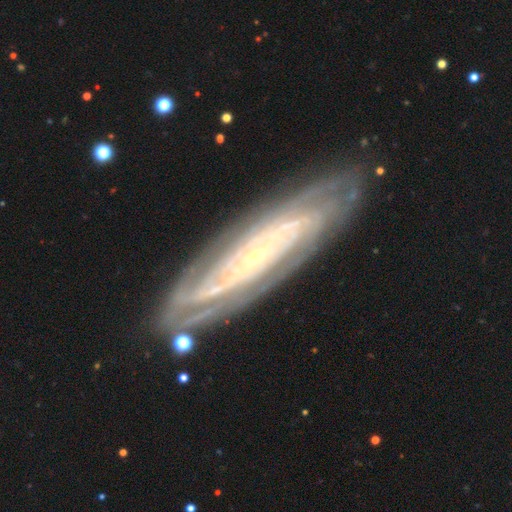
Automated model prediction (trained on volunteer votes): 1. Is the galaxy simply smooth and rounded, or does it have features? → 85% featured or disk, 9% smooth, 7% star or artifact.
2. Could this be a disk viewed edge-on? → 78% no, 22% yes.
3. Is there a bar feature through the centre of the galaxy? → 69% no, 21% weak, 10% strong.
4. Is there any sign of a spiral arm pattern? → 95% yes, 5% no.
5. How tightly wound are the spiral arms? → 76% tight, 19% medium, 5% loose.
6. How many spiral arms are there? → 43% can't tell, 16% 2, 12% 4, 11% more than 4, 11% 3, 7% 1.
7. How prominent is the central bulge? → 86% small, 10% moderate, 2% none, 1% large, 1% dominant.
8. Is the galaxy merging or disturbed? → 82% none, 13% minor disturbance, 3% major disturbance, 2% merger.